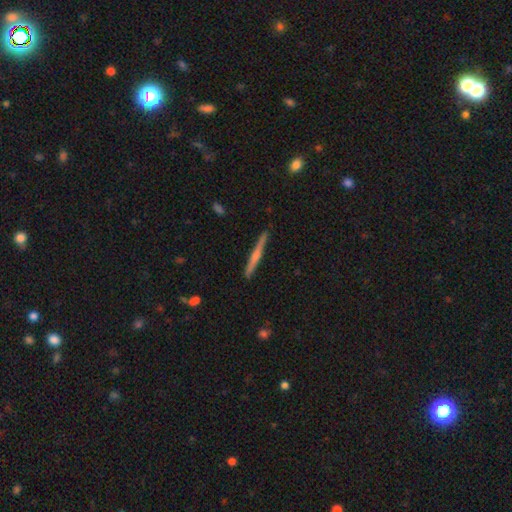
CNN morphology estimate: Smooth or featured?
  - featured or disk: 63% *
  - smooth: 31%
  - star or artifact: 6%
Edge-on disk?
  - yes: 98% *
  - no: 2%
Edge-on bulge?
  - rounded: 67% *
  - none: 26%
  - boxy: 7%
Merging?
  - none: 90% *
  - minor disturbance: 7%
  - major disturbance: 1%
  - merger: 1%